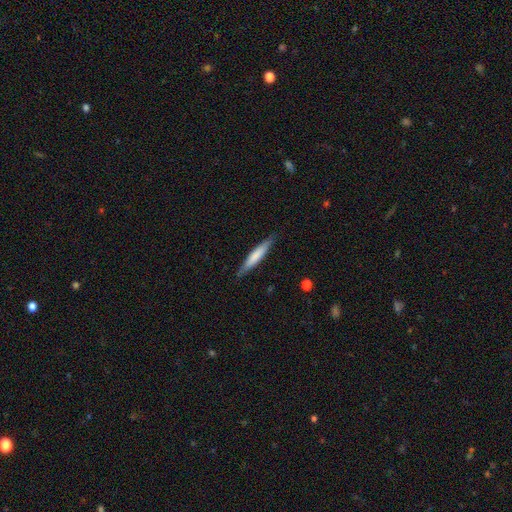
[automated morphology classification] The model was most divided on "smooth or featured": smooth: 67%, featured or disk: 28%, star or artifact: 5%. More confident: how rounded — cigar-shaped (91%); merging — none (86%).